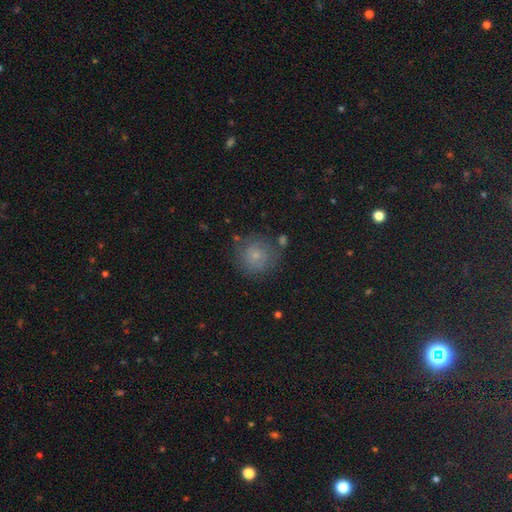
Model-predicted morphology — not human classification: A smooth galaxy with no disk features (71%) that is round (93%).

Vote fractions:
- Smooth or featured? smooth: 71% / featured or disk: 16% / star or artifact: 13%
- How rounded? round: 93% / in between: 6% / cigar-shaped: 1%
- Merging? none: 75% / minor disturbance: 15% / major disturbance: 6% / merger: 4%